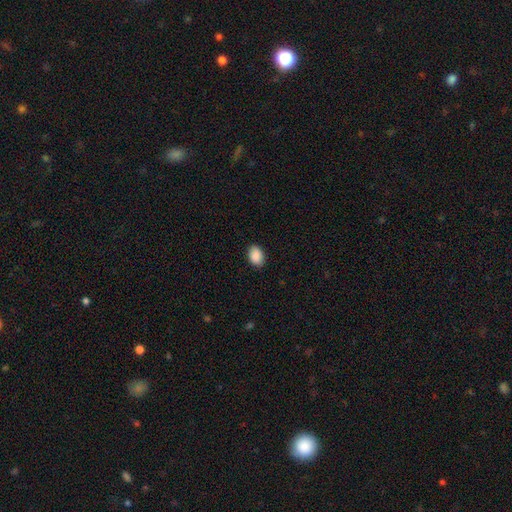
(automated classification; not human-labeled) This appears to be a smooth galaxy with no disk features (90%) that is in between round and cigar-shaped (84%). Merging: none (88%).